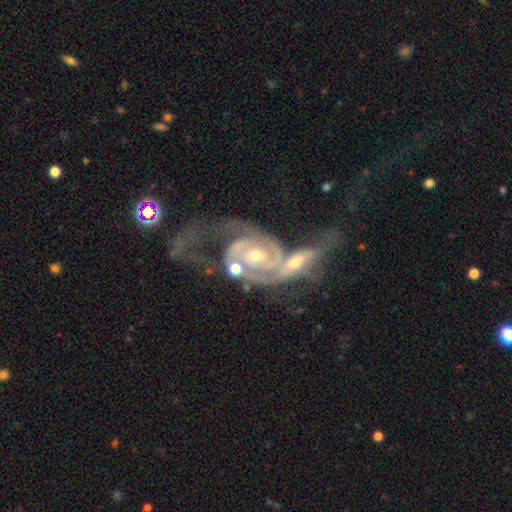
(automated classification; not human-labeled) Overall: featured or disk (86%). Edge-on disk: no (96%). Bar: no (66%). Spiral arms: yes (88%). Spiral arm count: 2 (55%; can't tell 23%). Spiral winding: medium (38%; tight 36%). Bulge size: moderate (51%; small 42%). Merging: merger (65%).